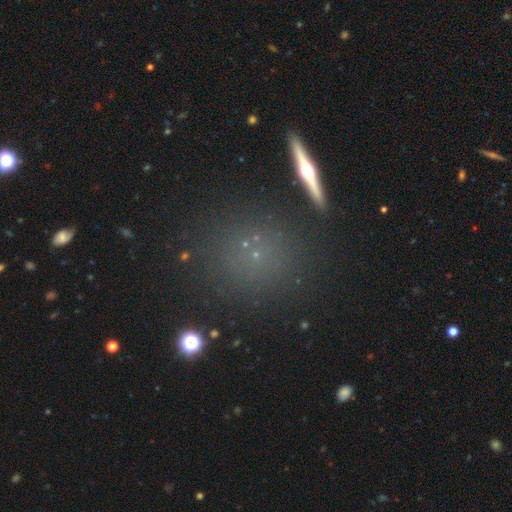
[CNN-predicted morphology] A smooth galaxy with no disk features (45%). Merging: none (84%).